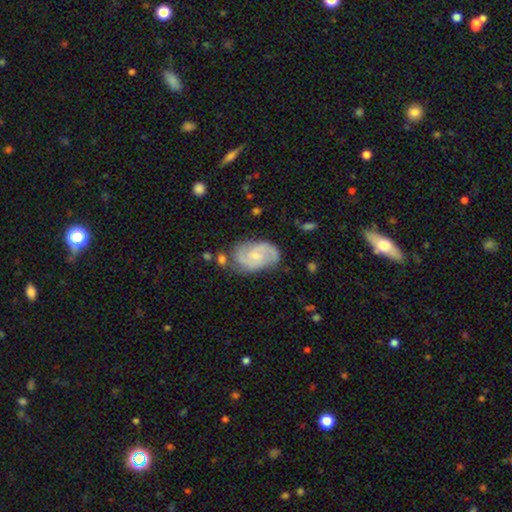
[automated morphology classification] Smooth or featured? featured or disk (78%)
Edge-on disk? no (97%)
Bar? no (54%)
Spiral arms? yes (95%)
Spiral winding? medium (50%)
Spiral arm count? 2 (78%)
Bulge size? small (63%)
Merging? none (69%)